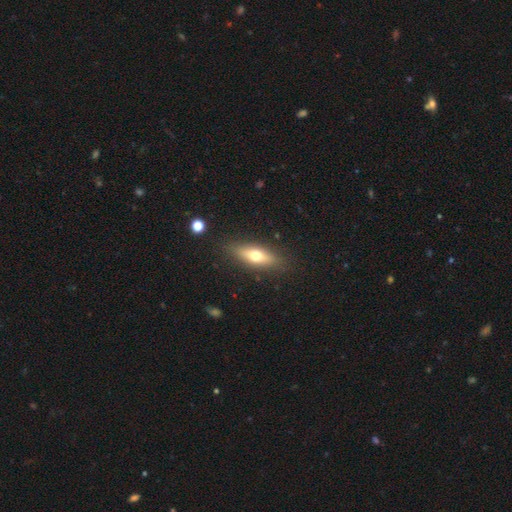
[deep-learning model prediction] This is likely a smooth galaxy (60%). How rounded: possibly in between (58%). Merging: clearly none (86%).